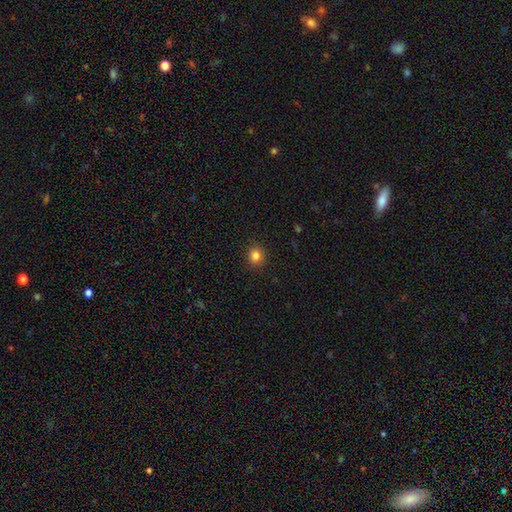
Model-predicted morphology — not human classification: This is clearly a smooth galaxy (84%). How rounded: likely round (71%). Merging: clearly none (90%).